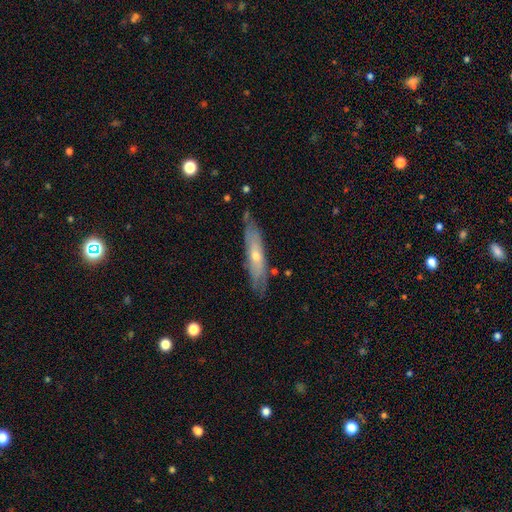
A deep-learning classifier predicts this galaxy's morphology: featured or disk 56%, smooth 38%, star or artifact 6%. Down the decision tree: edge-on disk — yes (59%); merging — none (77%).